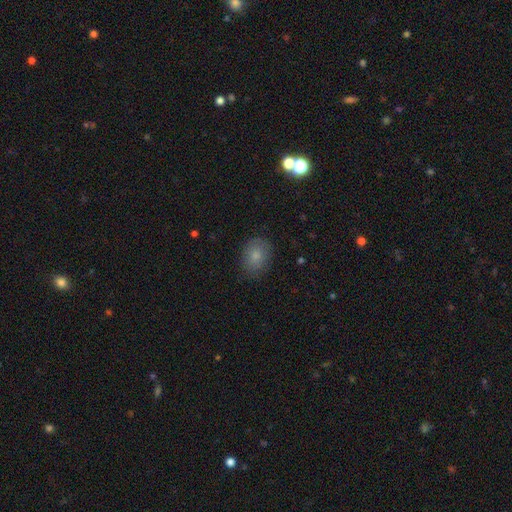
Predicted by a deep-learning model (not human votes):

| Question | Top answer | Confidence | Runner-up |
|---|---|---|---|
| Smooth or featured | smooth | 80% | featured or disk (10%) |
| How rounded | in between | 59% | round (40%) |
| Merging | none | 80% | minor disturbance (15%) |